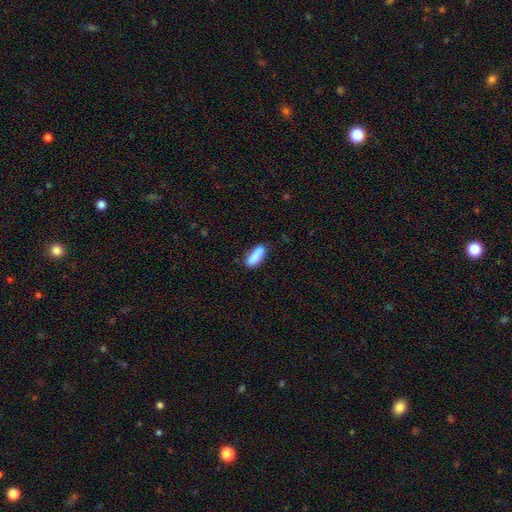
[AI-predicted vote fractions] Smooth or featured? Predicted: smooth (p=0.88). How rounded? Predicted: in between (p=0.63). Merging? Predicted: none (p=0.77).